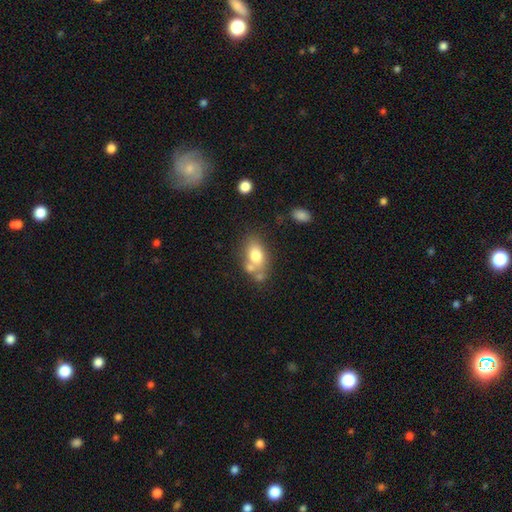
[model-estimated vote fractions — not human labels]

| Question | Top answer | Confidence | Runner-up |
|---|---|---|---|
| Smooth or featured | smooth | 73% | featured or disk (19%) |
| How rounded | in between | 81% | round (16%) |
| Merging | none | 49% | merger (28%) |